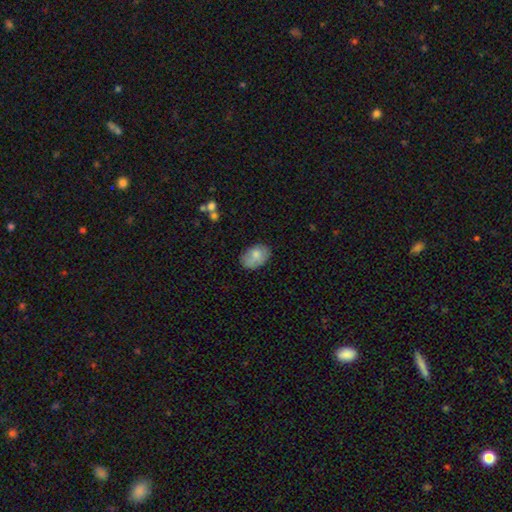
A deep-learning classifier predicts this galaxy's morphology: A smooth galaxy with no disk features (78%) that is in between round and cigar-shaped (85%). Merging: none (71%).